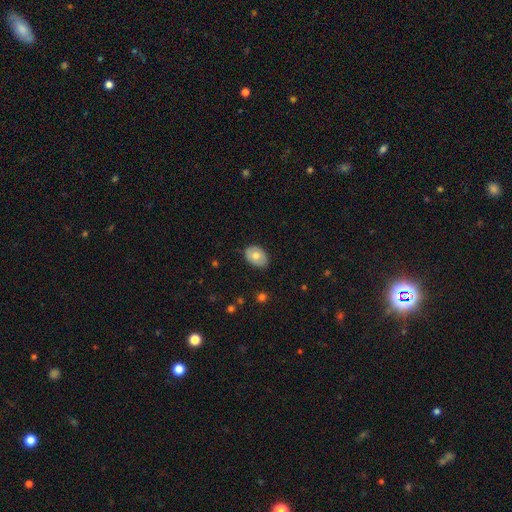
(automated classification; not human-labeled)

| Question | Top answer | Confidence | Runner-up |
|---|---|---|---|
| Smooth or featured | smooth | 70% | featured or disk (23%) |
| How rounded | in between | 79% | round (20%) |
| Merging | none | 82% | minor disturbance (15%) |